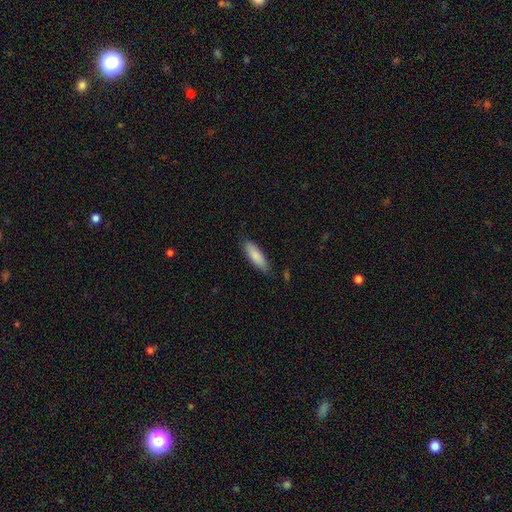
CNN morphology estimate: Smooth or featured?
  - smooth: 84% *
  - featured or disk: 11%
  - star or artifact: 5%
How rounded?
  - in between: 50% *
  - cigar-shaped: 48%
  - round: 1%
Merging?
  - none: 78% *
  - minor disturbance: 17%
  - major disturbance: 3%
  - merger: 2%